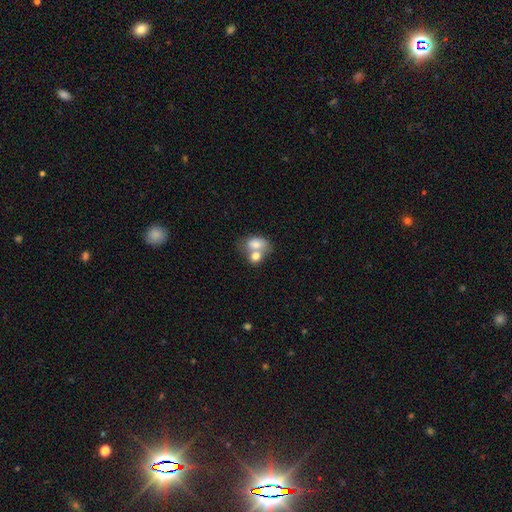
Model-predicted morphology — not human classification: The model was most divided on "how rounded": in between: 65%, round: 34%, cigar-shaped: 1%. More confident: smooth or featured — smooth (73%); merging — merger (66%).